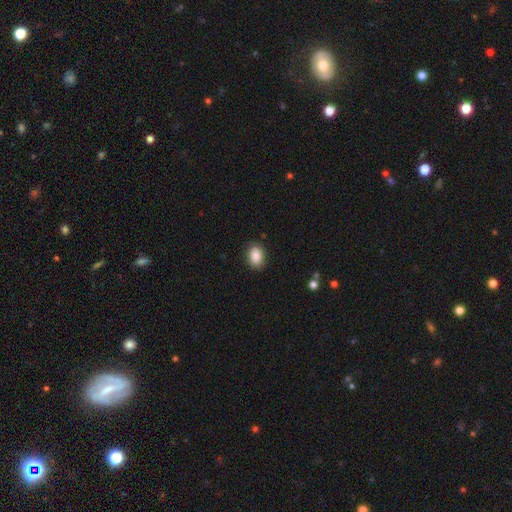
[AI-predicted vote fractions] smooth_or_featured: smooth (p=0.87) [alt: star or artifact p=0.08]
how_rounded: in between (p=0.77) [alt: round p=0.22]
merging: none (p=0.87) [alt: minor disturbance p=0.09]